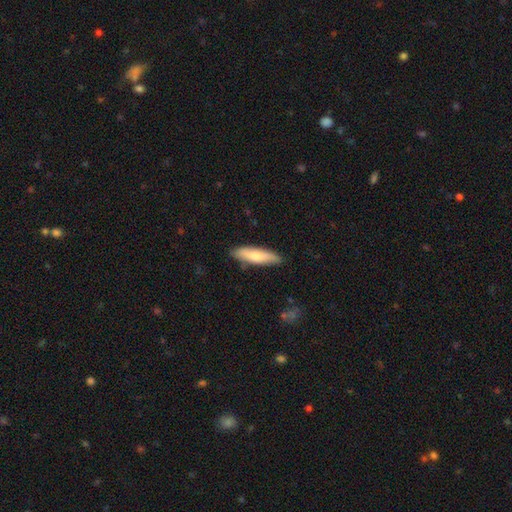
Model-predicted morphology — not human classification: This is likely a smooth galaxy (71%). How rounded: likely cigar-shaped (68%). Merging: clearly none (84%).